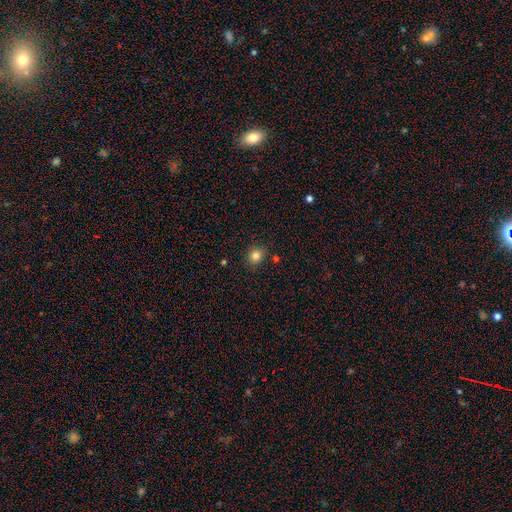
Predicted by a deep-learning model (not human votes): Overall: smooth (82%). How rounded: round (75%). Merging: none (85%).